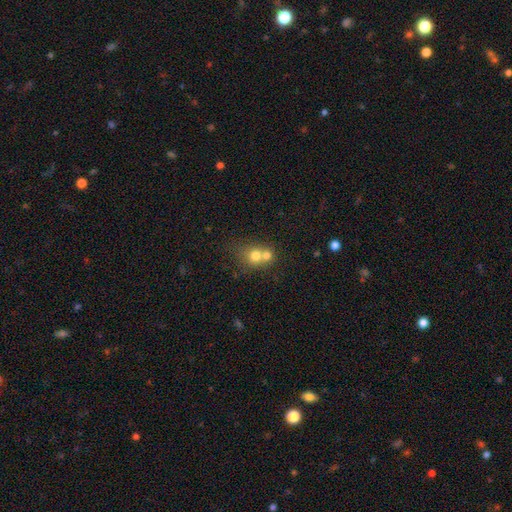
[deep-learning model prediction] Smooth or featured? smooth (71%)
How rounded? round (76%)
Merging? merger (60%)